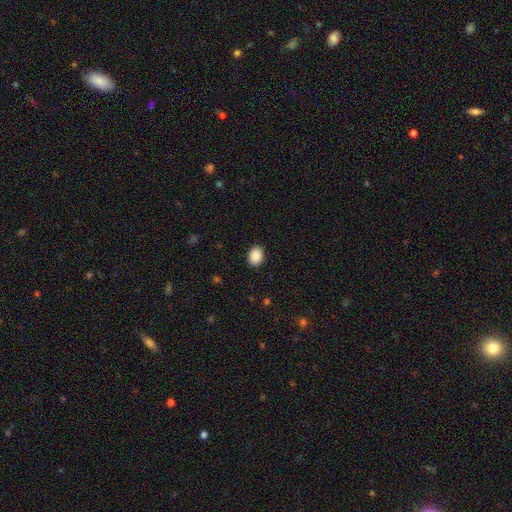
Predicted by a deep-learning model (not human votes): A smooth galaxy with no disk features (89%) that is in between round and cigar-shaped (66%). Merging: none (90%).